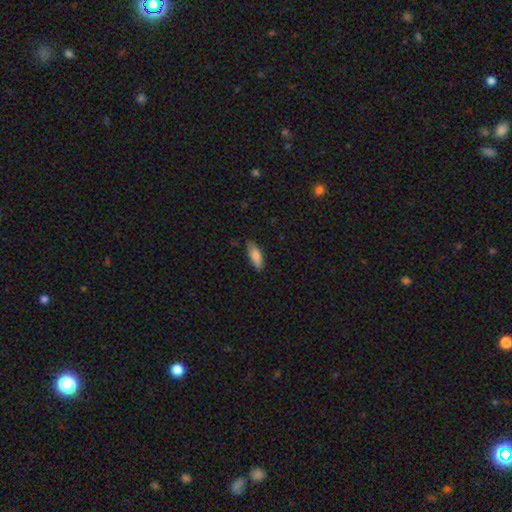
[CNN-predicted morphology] smooth_or_featured: smooth (p=0.83) [alt: featured or disk p=0.10]
how_rounded: in between (p=0.67) [alt: cigar-shaped p=0.31]
merging: none (p=0.79) [alt: minor disturbance p=0.17]